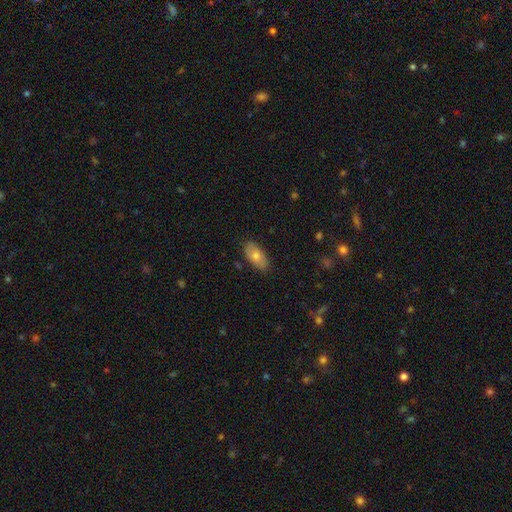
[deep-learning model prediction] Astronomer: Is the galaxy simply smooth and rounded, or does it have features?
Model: smooth — 69%.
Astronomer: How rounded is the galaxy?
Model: in between — 91%.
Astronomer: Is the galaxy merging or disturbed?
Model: none — 85%.